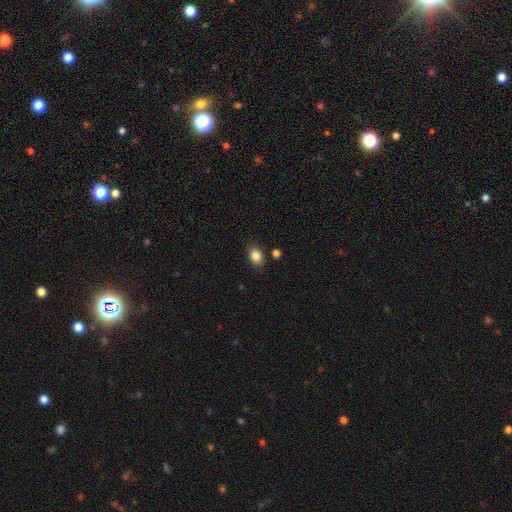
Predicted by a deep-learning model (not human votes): Smooth or featured?
  - smooth: 85% *
  - star or artifact: 9%
  - featured or disk: 5%
How rounded?
  - in between: 73% *
  - round: 26%
  - cigar-shaped: 1%
Merging?
  - none: 82% *
  - minor disturbance: 11%
  - merger: 4%
  - major disturbance: 3%